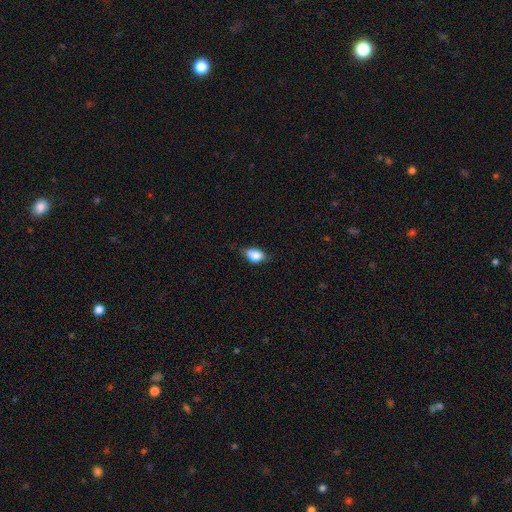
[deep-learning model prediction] Overall: smooth (82%). How rounded: in between (83%). Merging: none (59%; minor disturbance 33%).